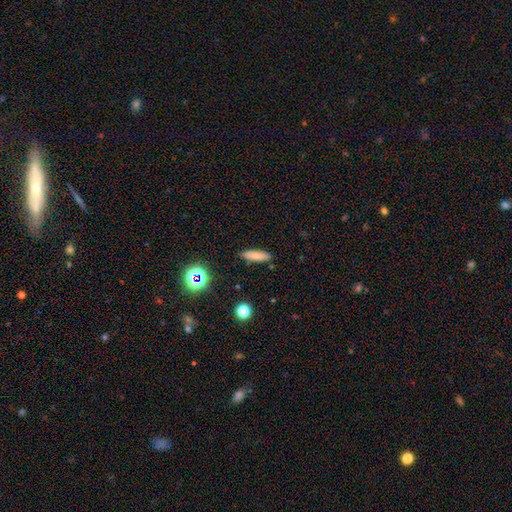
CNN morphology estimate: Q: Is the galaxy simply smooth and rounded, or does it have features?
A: smooth — 78%.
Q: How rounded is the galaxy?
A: cigar-shaped — 64%.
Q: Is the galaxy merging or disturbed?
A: none — 87%.